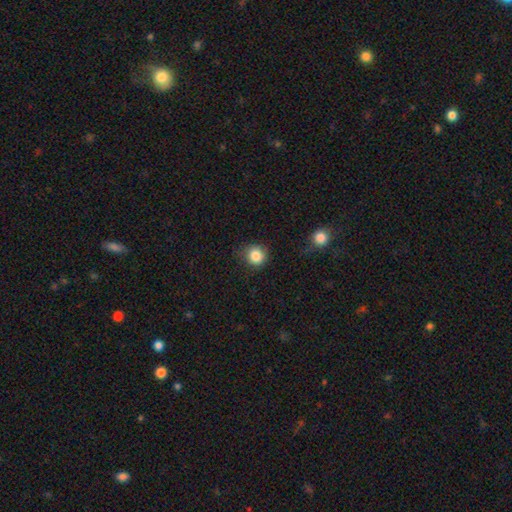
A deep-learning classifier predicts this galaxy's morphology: Smooth or featured?
  - smooth: 84% *
  - star or artifact: 10%
  - featured or disk: 5%
How rounded?
  - round: 90% *
  - in between: 9%
  - cigar-shaped: 1%
Merging?
  - none: 79% *
  - minor disturbance: 15%
  - major disturbance: 4%
  - merger: 2%